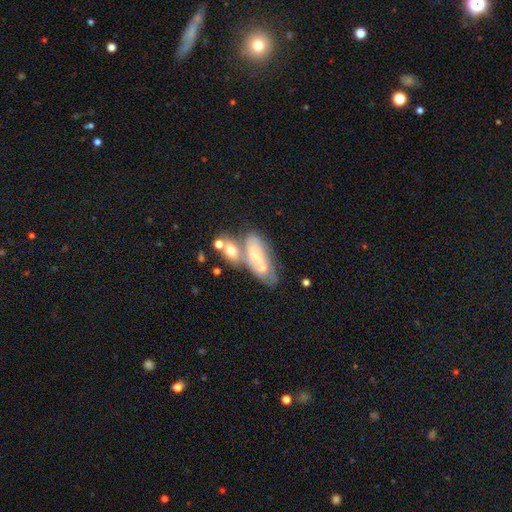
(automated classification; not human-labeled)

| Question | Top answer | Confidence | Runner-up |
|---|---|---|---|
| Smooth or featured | smooth | 50% | featured or disk (40%) |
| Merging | merger | 53% | none (25%) |